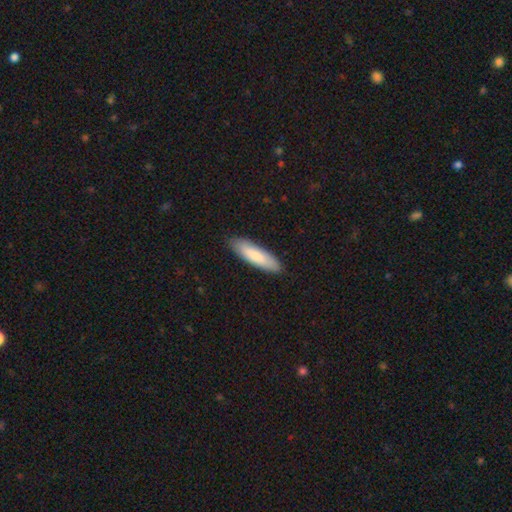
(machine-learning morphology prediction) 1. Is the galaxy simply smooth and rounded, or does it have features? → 81% smooth, 14% featured or disk, 5% star or artifact.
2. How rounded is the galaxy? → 64% cigar-shaped, 35% in between, 1% round.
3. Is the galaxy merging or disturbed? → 88% none, 9% minor disturbance, 2% major disturbance, 1% merger.